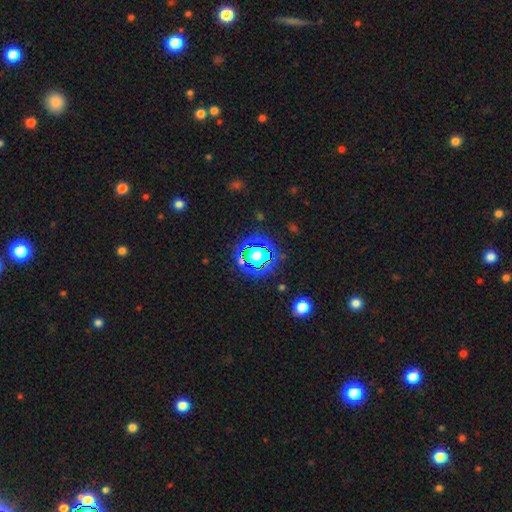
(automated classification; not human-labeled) Morphology: type=star or artifact (53%).